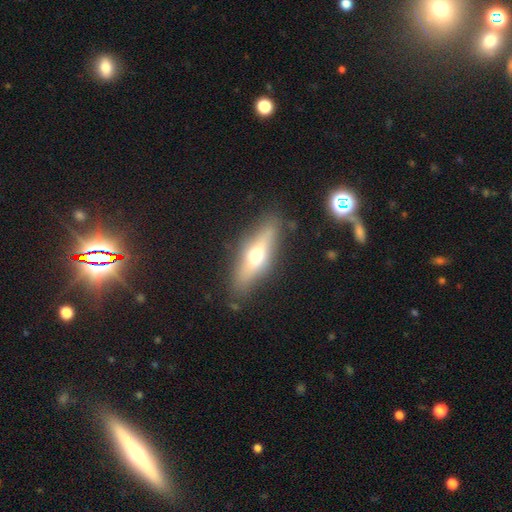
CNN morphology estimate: smooth 47%, featured or disk 46%, star or artifact 8%. Down the decision tree: merging — none (84%).